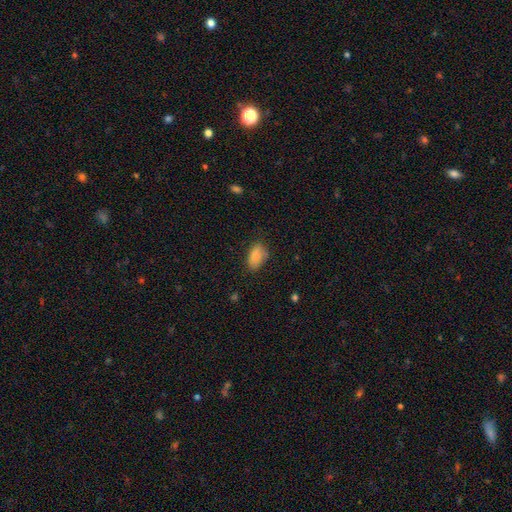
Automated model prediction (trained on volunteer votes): smooth-or-featured: smooth: 83% | star or artifact: 9% | featured or disk: 7%
  how-rounded: in between: 91% | round: 5% | cigar-shaped: 4%
  merging: none: 62% | minor disturbance: 27% | major disturbance: 8% | merger: 2%